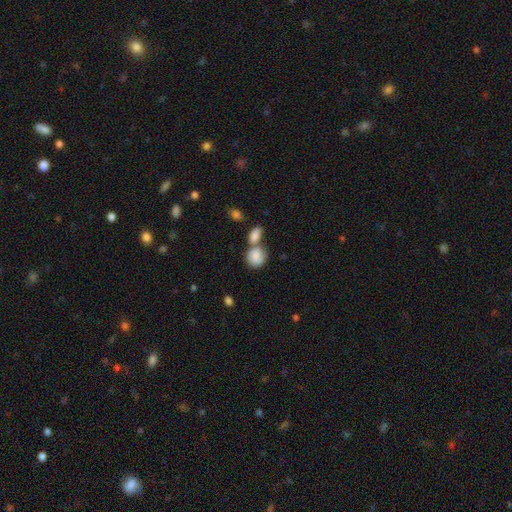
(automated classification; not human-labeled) Smooth or featured?
  - smooth: 82% *
  - featured or disk: 11%
  - star or artifact: 7%
How rounded?
  - round: 69% *
  - in between: 30%
  - cigar-shaped: 1%
Merging?
  - merger: 50% *
  - none: 34%
  - minor disturbance: 11%
  - major disturbance: 5%